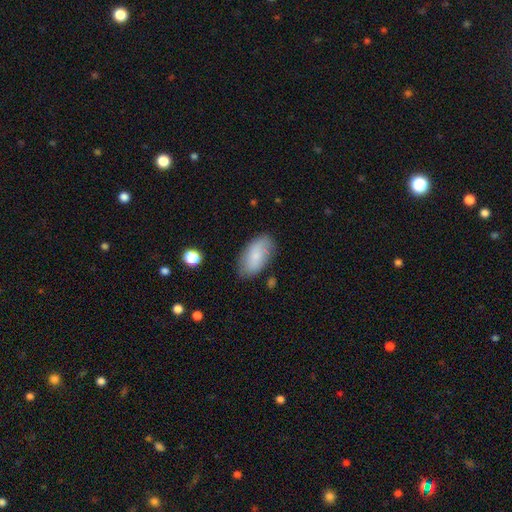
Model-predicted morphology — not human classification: Smooth or featured? smooth (76%)
How rounded? in between (94%)
Merging? none (77%)